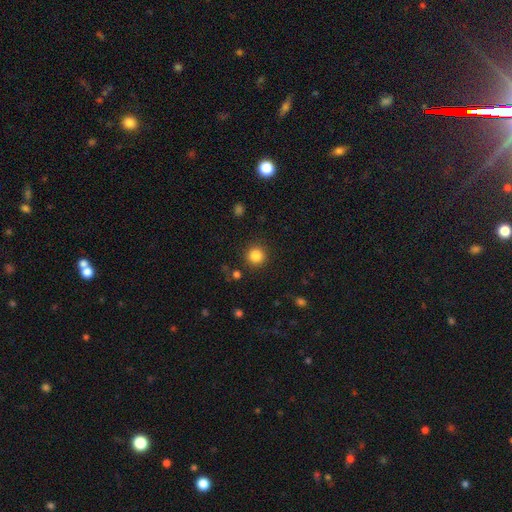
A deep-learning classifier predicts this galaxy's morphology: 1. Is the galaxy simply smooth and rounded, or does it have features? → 85% smooth, 11% star or artifact, 4% featured or disk.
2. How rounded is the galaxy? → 94% round, 5% in between, 1% cigar-shaped.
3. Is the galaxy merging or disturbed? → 89% none, 6% minor disturbance, 3% major disturbance, 2% merger.